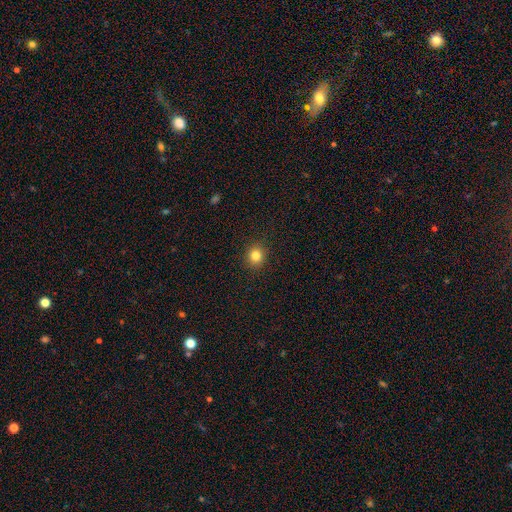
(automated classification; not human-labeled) Smooth or featured?
  - smooth: 83% *
  - star or artifact: 12%
  - featured or disk: 6%
How rounded?
  - round: 85% *
  - in between: 14%
  - cigar-shaped: 1%
Merging?
  - none: 91% *
  - minor disturbance: 6%
  - major disturbance: 2%
  - merger: 1%